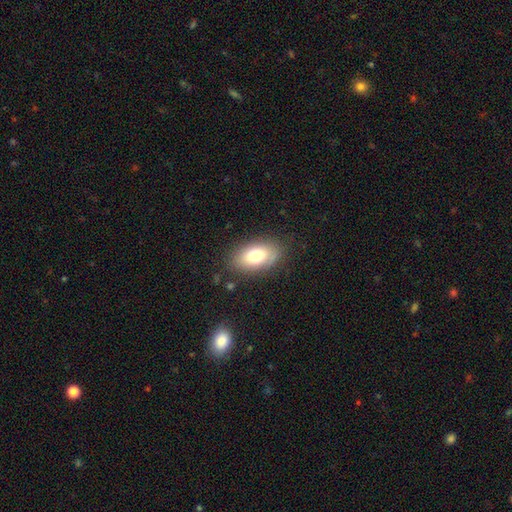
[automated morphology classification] Smooth or featured: smooth — 76% (featured or disk — 16%)
How rounded: in between — 91% (round — 6%)
Merging: none — 81% (minor disturbance — 13%)